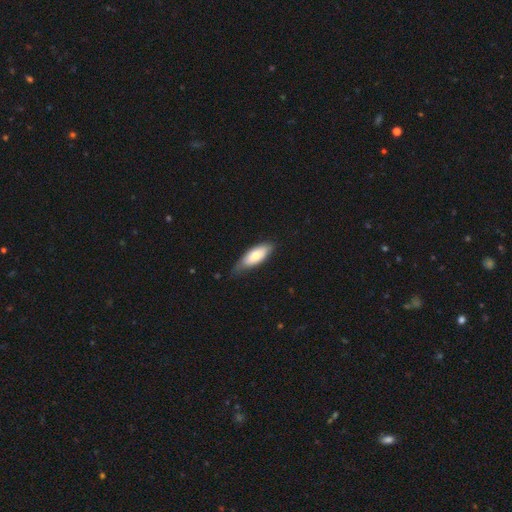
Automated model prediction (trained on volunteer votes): This is likely a smooth galaxy (70%). How rounded: likely in between (77%). Merging: likely none (62%).